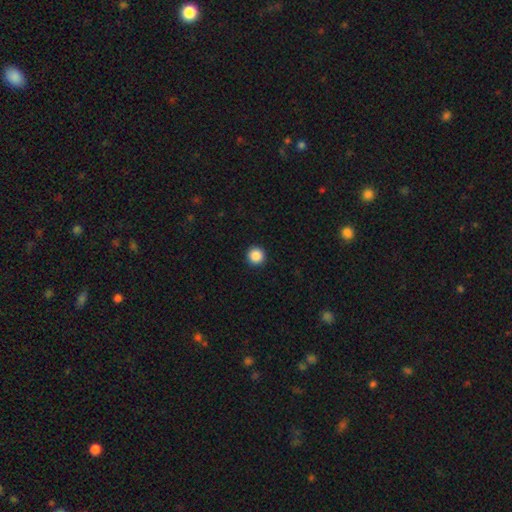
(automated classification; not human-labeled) smooth_or_featured: smooth (p=0.87) [alt: star or artifact p=0.10]
how_rounded: round (p=0.96) [alt: in between p=0.03]
merging: none (p=0.94) [alt: minor disturbance p=0.04]